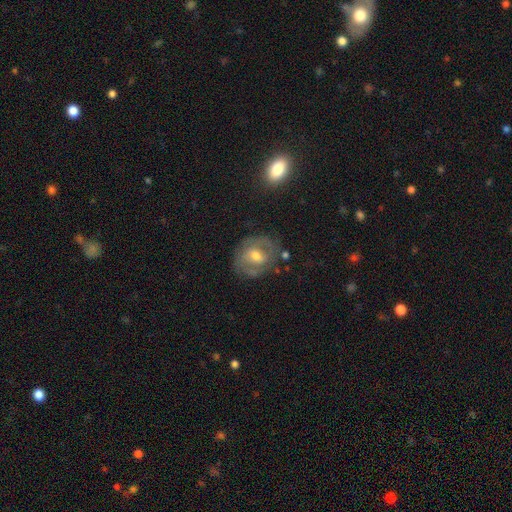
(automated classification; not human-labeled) A featured or disk galaxy (64%) with a weak bar (42%, tied with no), spiral arms (66%) and a moderate central bulge (64%). Merging: none (69%).